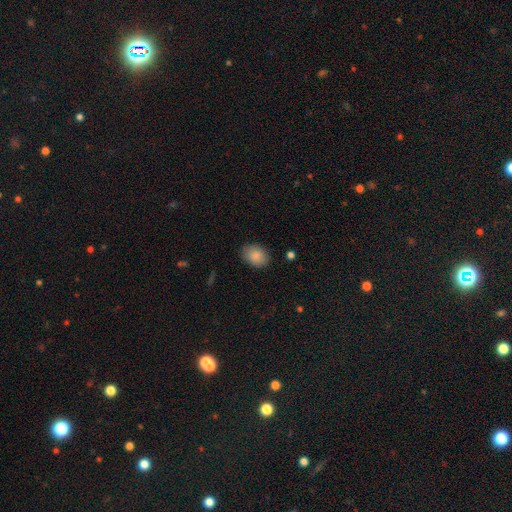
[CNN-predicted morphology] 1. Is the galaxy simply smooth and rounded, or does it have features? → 88% smooth, 7% star or artifact, 5% featured or disk.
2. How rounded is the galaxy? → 70% in between, 29% round, 1% cigar-shaped.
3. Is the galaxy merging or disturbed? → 84% none, 12% minor disturbance, 3% major disturbance, 1% merger.